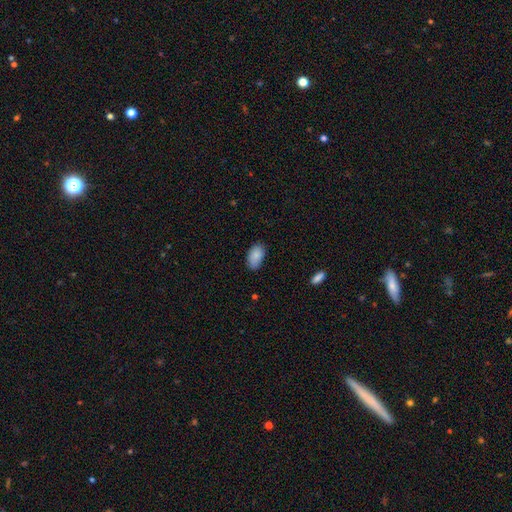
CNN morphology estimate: Smooth or featured? smooth (88%)
How rounded? in between (94%)
Merging? none (76%)